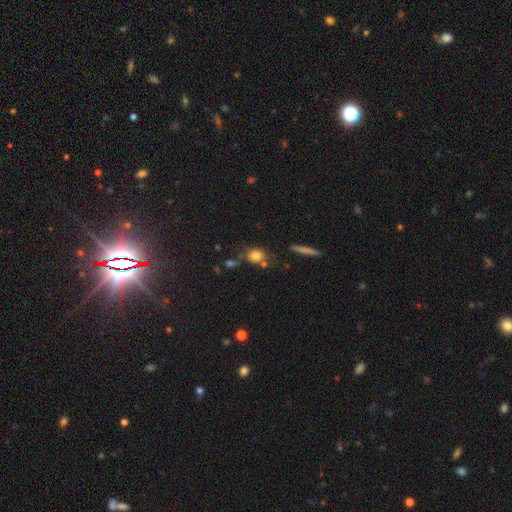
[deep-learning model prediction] Q: Smooth or featured?
A: smooth (79%); runner-up: star or artifact (11%)
Q: How rounded?
A: in between (48%); runner-up: round (47%)
Q: Merging?
A: none (61%); runner-up: minor disturbance (18%)